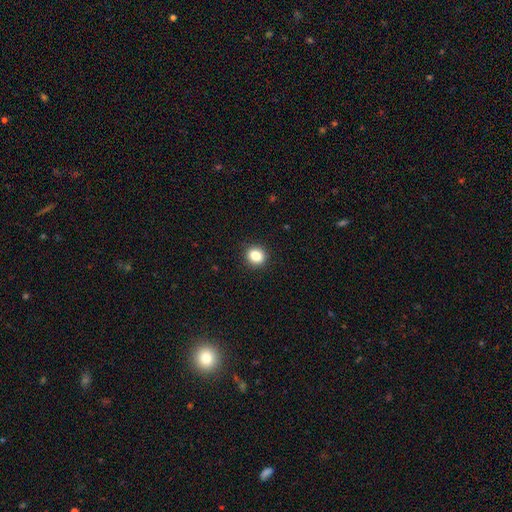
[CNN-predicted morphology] This is clearly a smooth galaxy (85%). How rounded: likely round (79%). Merging: clearly none (92%).